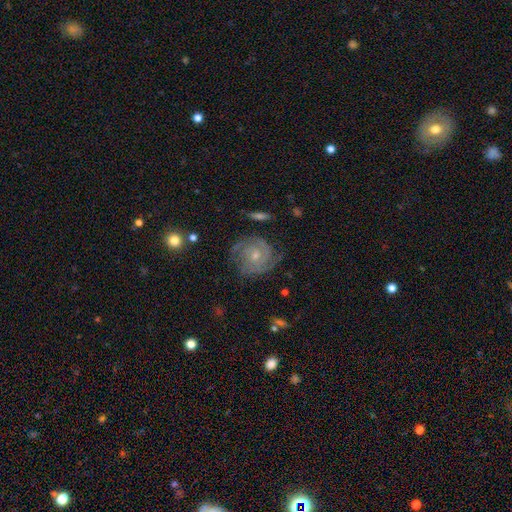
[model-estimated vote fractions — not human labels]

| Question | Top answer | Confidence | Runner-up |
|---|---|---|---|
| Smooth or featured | featured or disk | 85% | smooth (9%) |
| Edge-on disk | no | 98% | yes (2%) |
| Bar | no | 74% | weak (22%) |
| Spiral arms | yes | 96% | no (4%) |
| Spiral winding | tight | 68% | medium (26%) |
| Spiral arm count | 3 | 31% | 2 (28%) |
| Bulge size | small | 57% | moderate (38%) |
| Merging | none | 73% | minor disturbance (18%) |